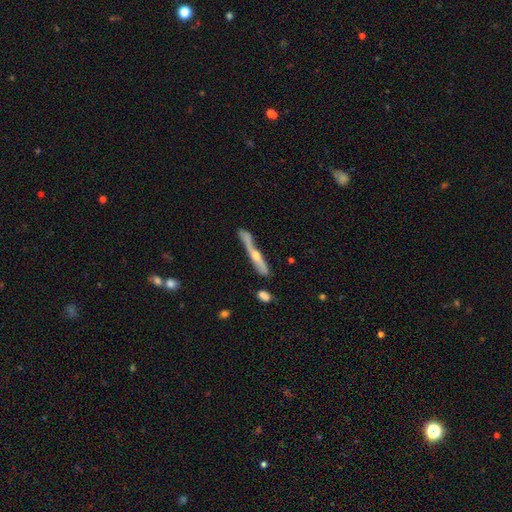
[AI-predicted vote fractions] A featured or disk galaxy (64%) viewed edge-on (89%) with a rounded central bulge (83%). Merging: none (60%).